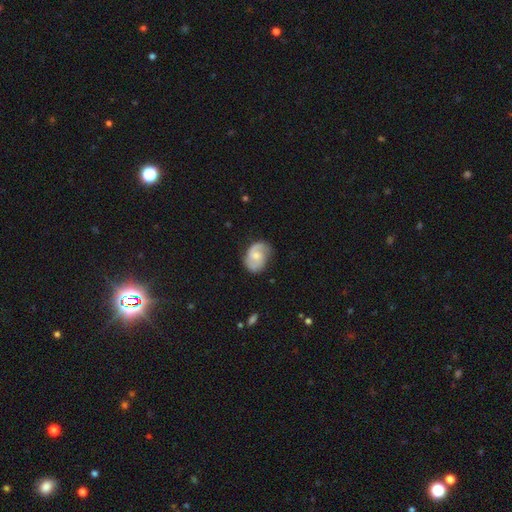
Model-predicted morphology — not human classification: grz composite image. It shows a featured or disk galaxy (65%) with no bar (57%), 2 (76%) medium (45%) spiral arms (90%) and a moderate central bulge (48%). Merging: none (68%).